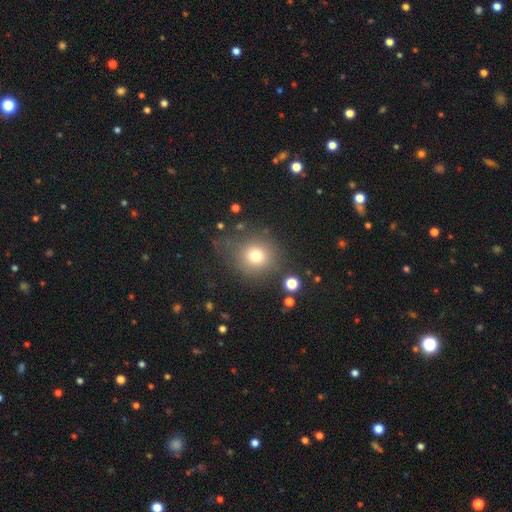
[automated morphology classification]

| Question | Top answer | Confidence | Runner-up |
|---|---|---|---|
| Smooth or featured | smooth | 75% | star or artifact (15%) |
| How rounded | round | 89% | in between (10%) |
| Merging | none | 72% | minor disturbance (15%) |